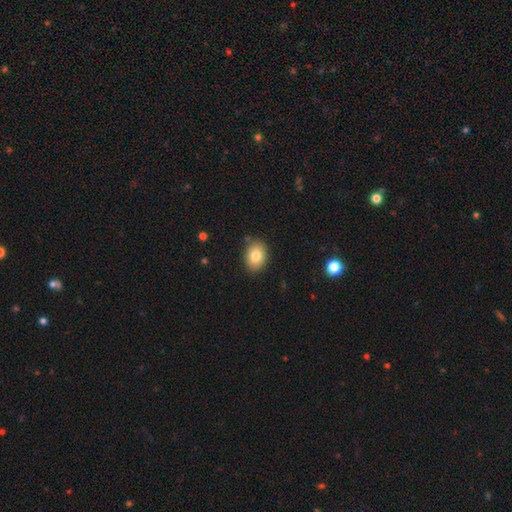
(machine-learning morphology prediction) A smooth galaxy with no disk features (82%) that is in between round and cigar-shaped (72%).

Vote fractions:
- Smooth or featured? smooth: 82% / featured or disk: 10% / star or artifact: 8%
- How rounded? in between: 72% / round: 27% / cigar-shaped: 1%
- Merging? none: 84% / minor disturbance: 12% / major disturbance: 2% / merger: 2%